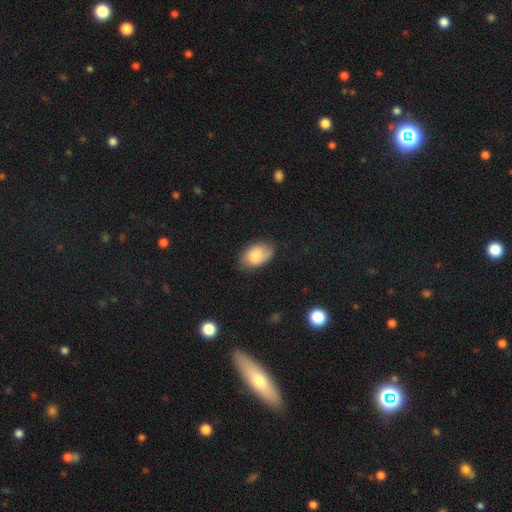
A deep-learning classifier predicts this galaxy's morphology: Smooth or featured: smooth — 76% (featured or disk — 16%)
How rounded: in between — 89% (round — 10%)
Merging: none — 72% (minor disturbance — 22%)